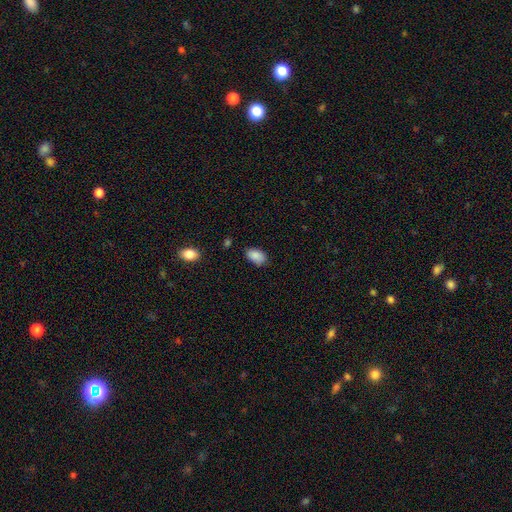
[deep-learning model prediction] Morphology: type=smooth (88%); roundness=in between (93%); merging=none (77%).